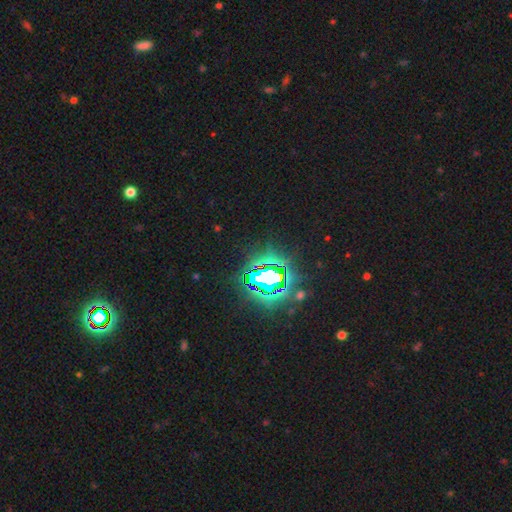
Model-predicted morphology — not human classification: Smooth or featured: star or artifact — 86% (smooth — 8%)